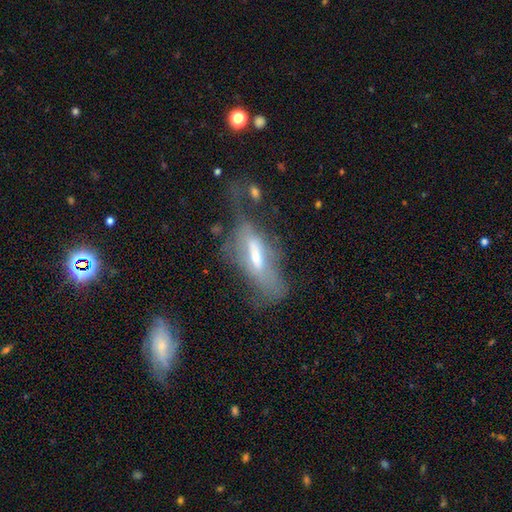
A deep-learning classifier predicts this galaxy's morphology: A featured or disk galaxy (55%).

Vote fractions:
- Smooth or featured? featured or disk: 55% / smooth: 36% / star or artifact: 9%
- Edge-on disk? no: 59% / yes: 41%
- Merging? major disturbance: 42% / none: 28% / minor disturbance: 22% / merger: 8%